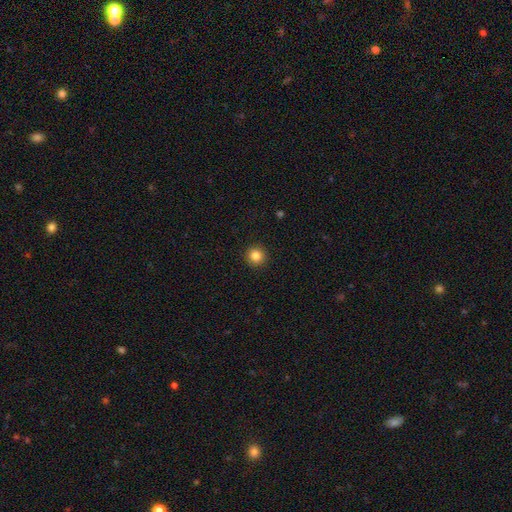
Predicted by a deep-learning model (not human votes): A smooth galaxy with no disk features (84%) that is round (94%).

Vote fractions:
- Smooth or featured? smooth: 84% / star or artifact: 11% / featured or disk: 5%
- How rounded? round: 94% / in between: 5% / cigar-shaped: 1%
- Merging? none: 92% / minor disturbance: 5% / major disturbance: 2% / merger: 1%